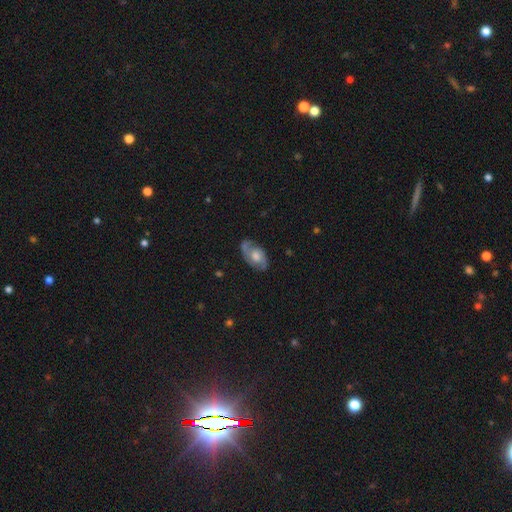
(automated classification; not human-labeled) The model was most divided on "spiral winding": medium: 46%, tight: 35%, loose: 19%. More confident: edge-on disk — no (95%); spiral arms — yes (89%); spiral arm count — 2 (82%); merging — none (76%); smooth or featured — featured or disk (73%); bar — no (68%); bulge size — moderate (57%).